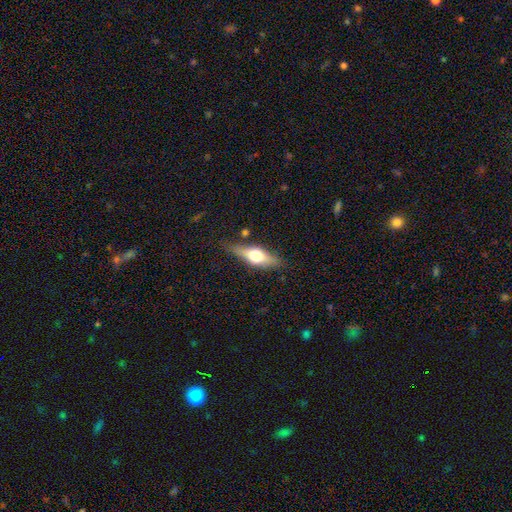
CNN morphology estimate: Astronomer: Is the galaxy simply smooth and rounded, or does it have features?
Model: featured or disk — 52% (runner-up: smooth, 41%).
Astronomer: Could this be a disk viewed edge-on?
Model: yes — 91%.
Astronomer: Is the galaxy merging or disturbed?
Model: none — 81%.